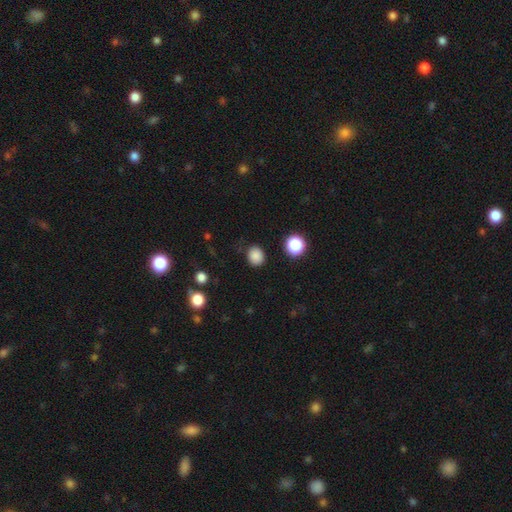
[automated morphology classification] Smooth or featured? smooth (85%)
How rounded? round (73%)
Merging? none (86%)